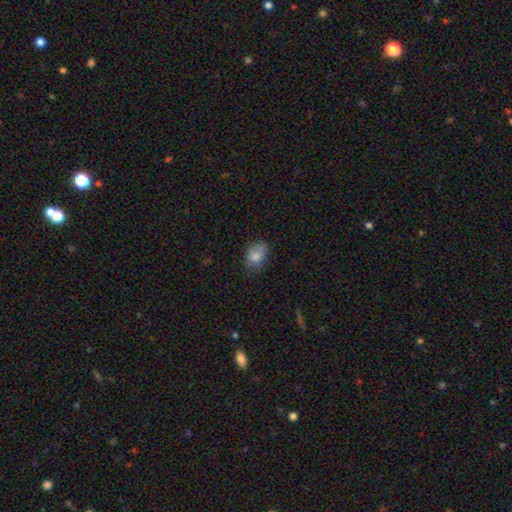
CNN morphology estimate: A smooth galaxy with no disk features (83%) that is in between round and cigar-shaped (77%). Merging: none (66%).